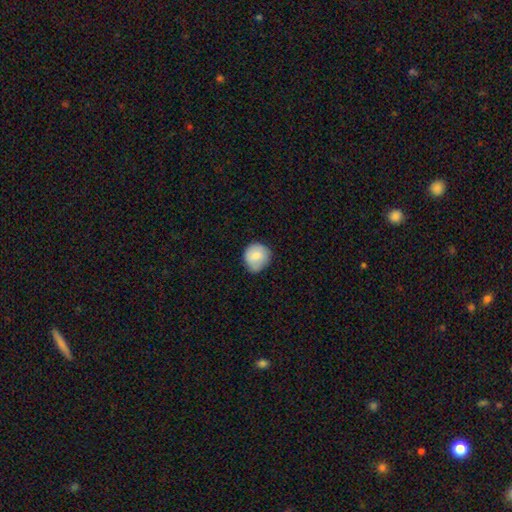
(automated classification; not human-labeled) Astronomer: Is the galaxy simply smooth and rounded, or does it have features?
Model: smooth — 84%.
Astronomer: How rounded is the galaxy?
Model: round — 86%.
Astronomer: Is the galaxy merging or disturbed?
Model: none — 70%.